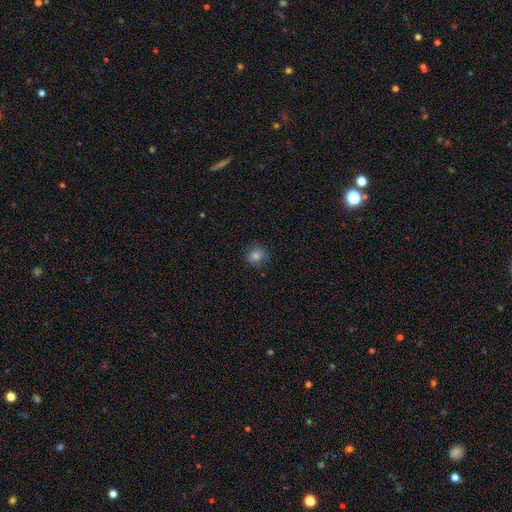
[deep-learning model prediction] smooth 80%, star or artifact 12%, featured or disk 8%. Down the decision tree: how rounded — round (86%); merging — none (80%).